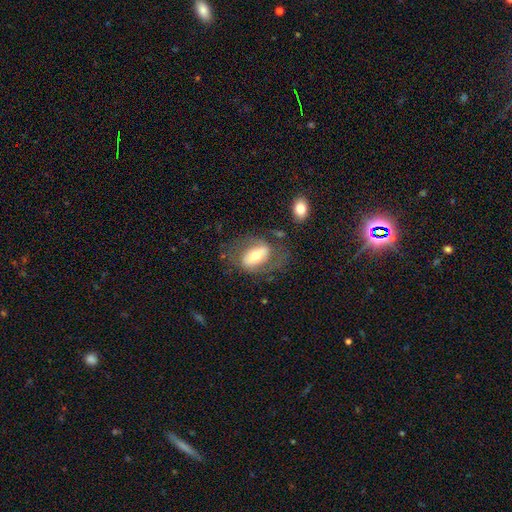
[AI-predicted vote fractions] Overall: featured or disk (50%; smooth 43%). Edge-on disk: no (88%). Merging: none (57%; minor disturbance 20%).